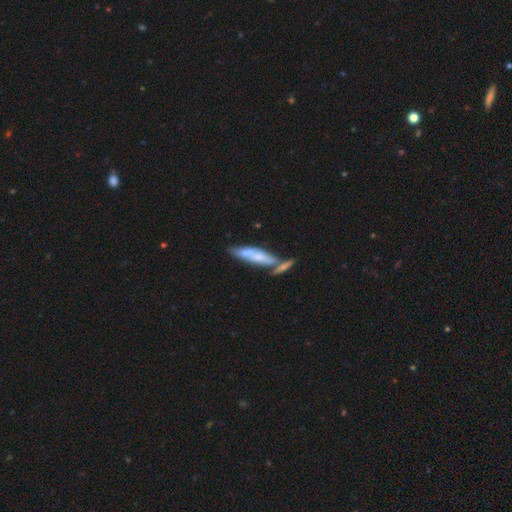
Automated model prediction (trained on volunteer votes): This appears to be a smooth galaxy with no disk features (49%). Merging: merger (40%).